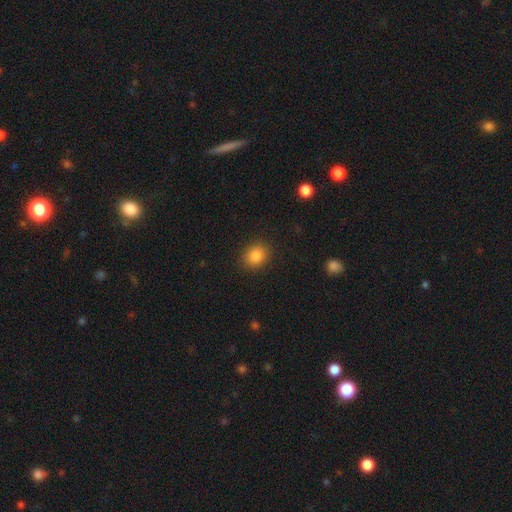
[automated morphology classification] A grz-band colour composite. It shows a smooth galaxy with no disk features (85%) that is round (61%). Merging: none (88%).